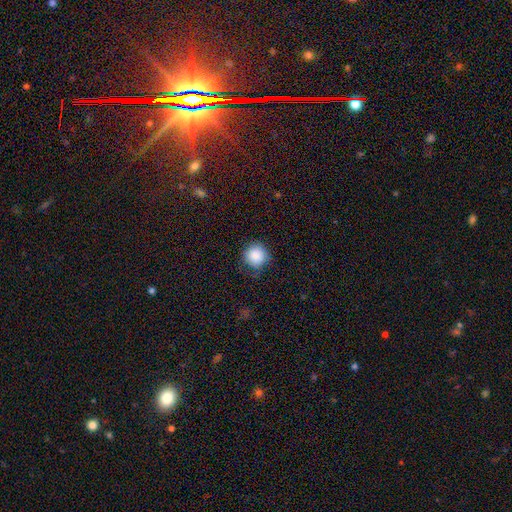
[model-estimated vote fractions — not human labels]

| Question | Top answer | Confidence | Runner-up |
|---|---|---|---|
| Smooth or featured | smooth | 87% | star or artifact (9%) |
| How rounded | round | 93% | in between (6%) |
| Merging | none | 79% | minor disturbance (15%) |